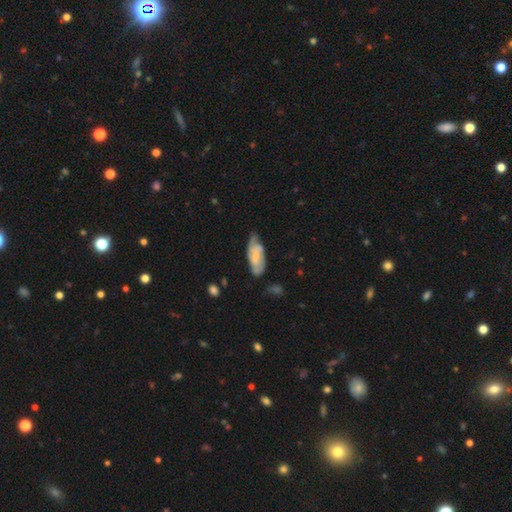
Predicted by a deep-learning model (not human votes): smooth 47% (tied), featured or disk 47% (tied), star or artifact 6%. Down the decision tree: merging — none (48%).